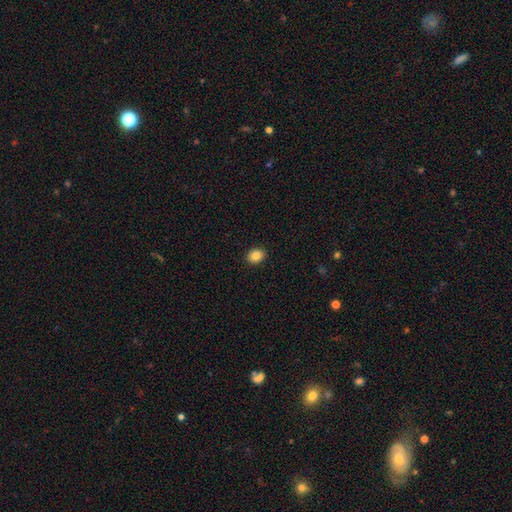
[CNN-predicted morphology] type=smooth (86%); roundness=in between (57%); merging=none (91%).